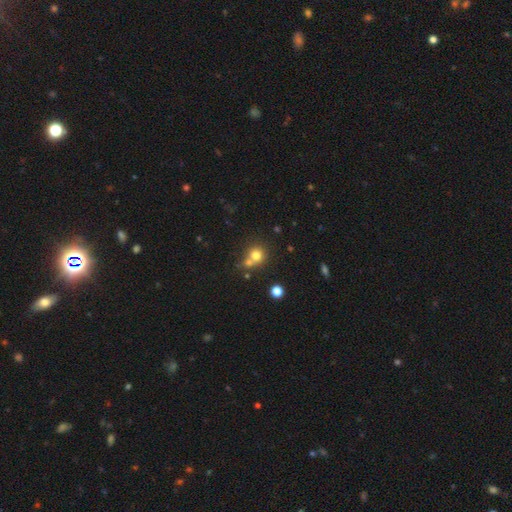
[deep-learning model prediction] The model was most divided on "merging": none: 50%, merger: 38%, minor disturbance: 8%, major disturbance: 4%. More confident: how rounded — round (87%); smooth or featured — smooth (74%).